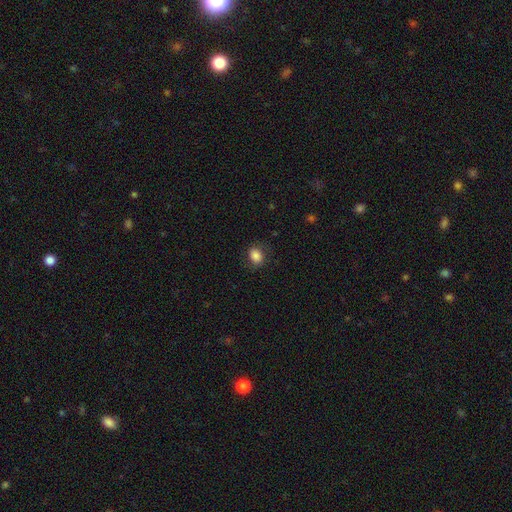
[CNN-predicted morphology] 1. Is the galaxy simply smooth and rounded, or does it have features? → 84% smooth, 9% star or artifact, 7% featured or disk.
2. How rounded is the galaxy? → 53% in between, 45% round, 1% cigar-shaped.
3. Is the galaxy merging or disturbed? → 78% none, 16% minor disturbance, 5% major disturbance, 1% merger.